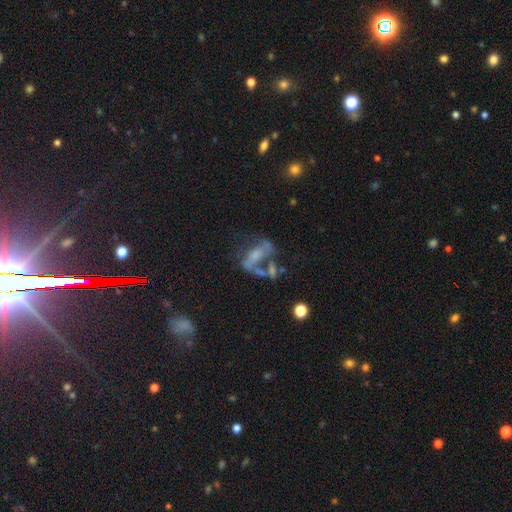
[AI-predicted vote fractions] This appears to be a featured or disk galaxy (59%) with no bar (54%), no spiral arms (52%) and a small central bulge (37%). Merging: major disturbance (32%).